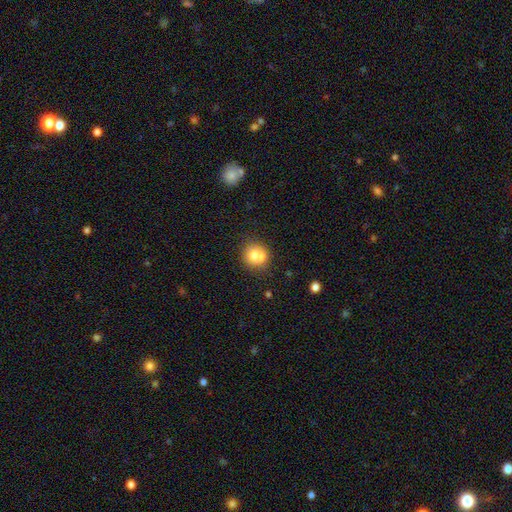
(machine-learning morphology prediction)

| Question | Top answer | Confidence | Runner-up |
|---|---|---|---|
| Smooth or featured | smooth | 73% | featured or disk (17%) |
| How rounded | round | 87% | in between (12%) |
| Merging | none | 52% | merger (34%) |